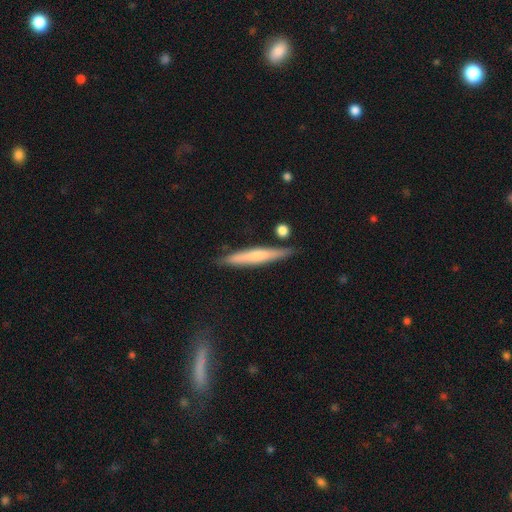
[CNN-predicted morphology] Smooth or featured: smooth — 54% (featured or disk — 40%)
How rounded: cigar-shaped — 94% (in between — 5%)
Merging: none — 83% (minor disturbance — 11%)